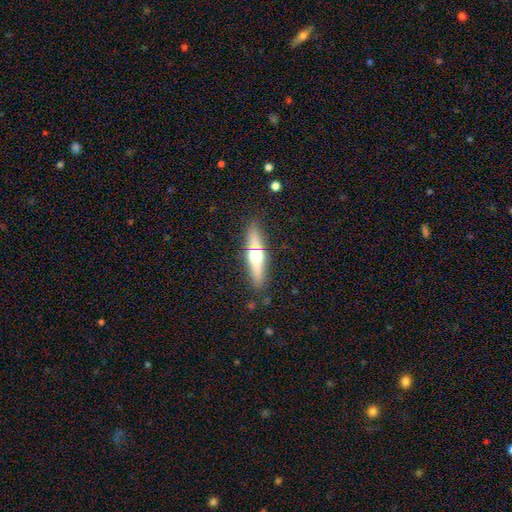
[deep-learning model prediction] Smooth or featured?
  - featured or disk: 56% *
  - smooth: 37%
  - star or artifact: 7%
Edge-on disk?
  - yes: 91% *
  - no: 9%
Edge-on bulge?
  - rounded: 95% *
  - boxy: 3%
  - none: 3%
Merging?
  - none: 84% *
  - minor disturbance: 11%
  - major disturbance: 3%
  - merger: 3%